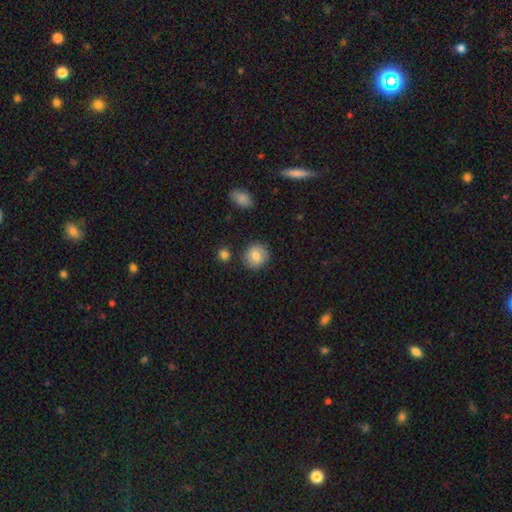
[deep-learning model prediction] Smooth or featured: smooth — 82% (featured or disk — 10%)
How rounded: round — 87% (in between — 12%)
Merging: none — 87% (minor disturbance — 8%)